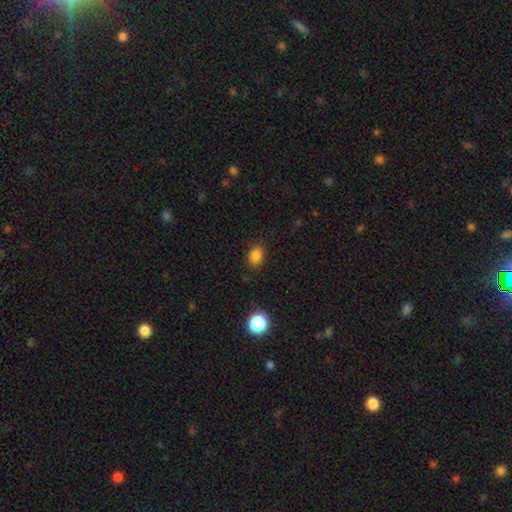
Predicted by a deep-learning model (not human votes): A smooth galaxy with no disk features (83%) that is in between round and cigar-shaped (67%).

Vote fractions:
- Smooth or featured? smooth: 83% / star or artifact: 11% / featured or disk: 5%
- How rounded? in between: 67% / round: 32% / cigar-shaped: 1%
- Merging? none: 87% / minor disturbance: 9% / major disturbance: 3% / merger: 1%